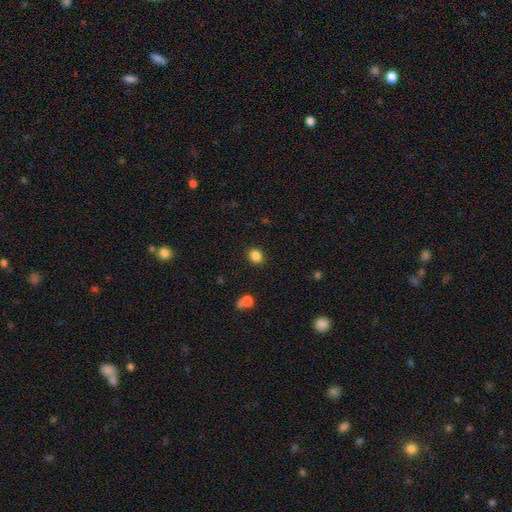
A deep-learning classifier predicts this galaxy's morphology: The model was most divided on "how rounded": round: 58%, in between: 41%, cigar-shaped: 1%. More confident: merging — none (88%); smooth or featured — smooth (86%).